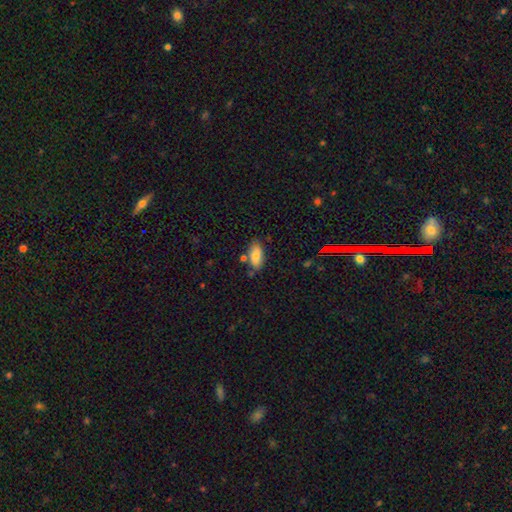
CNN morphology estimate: Smooth or featured: smooth — 82% (featured or disk — 10%)
How rounded: in between — 89% (cigar-shaped — 9%)
Merging: none — 74% (minor disturbance — 16%)